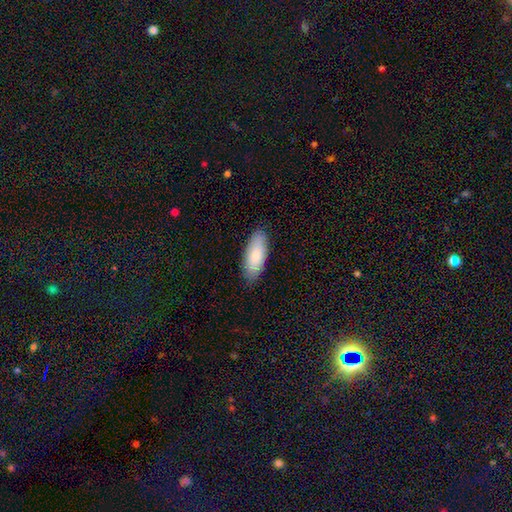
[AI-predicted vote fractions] Smooth or featured?
  - smooth: 82% *
  - featured or disk: 13%
  - star or artifact: 5%
How rounded?
  - in between: 81% *
  - cigar-shaped: 17%
  - round: 2%
Merging?
  - none: 86% *
  - minor disturbance: 11%
  - major disturbance: 2%
  - merger: 1%